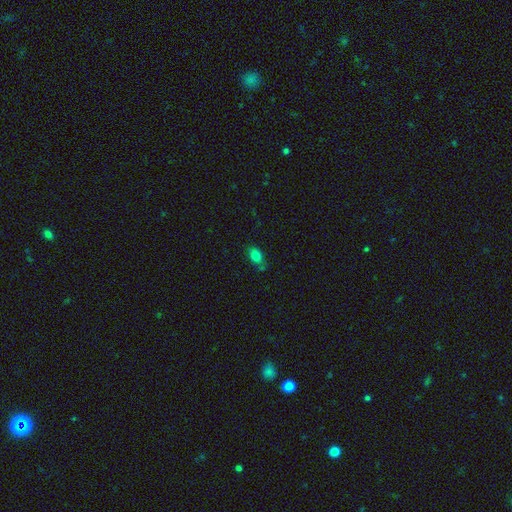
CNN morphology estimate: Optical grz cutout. It shows a smooth galaxy with no disk features (80%) that is in between round and cigar-shaped (76%). Merging: none (66%).